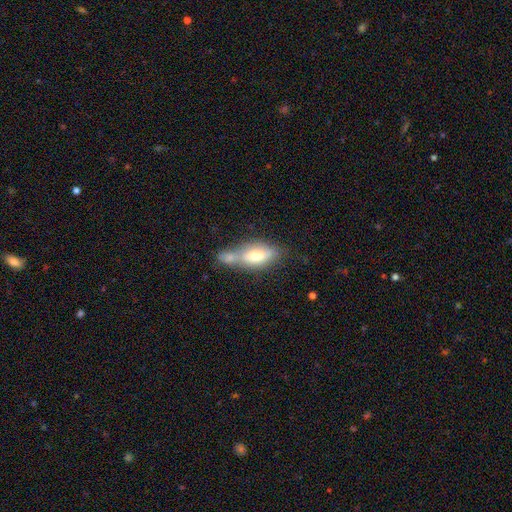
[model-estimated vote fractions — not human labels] Overall: smooth (65%; featured or disk 28%). How rounded: in between (81%). Merging: merger (50%; none 29%).